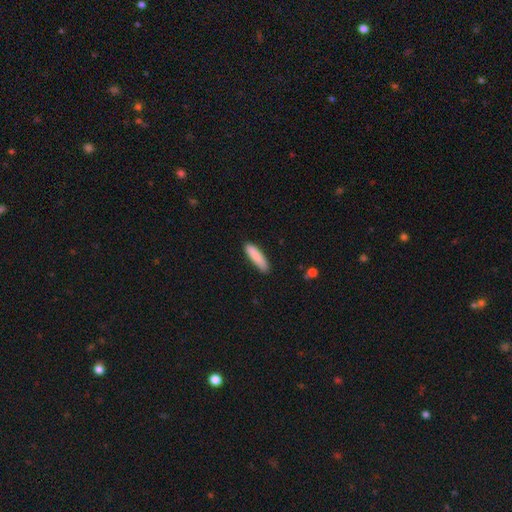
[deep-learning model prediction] Smooth or featured? smooth (87%)
How rounded? cigar-shaped (76%)
Merging? none (87%)